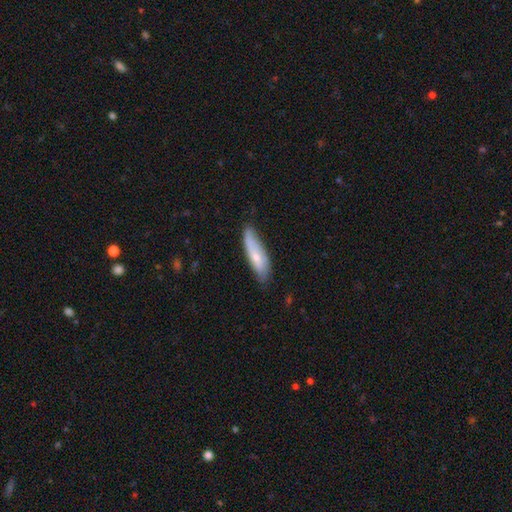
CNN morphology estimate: The model was most divided on "smooth or featured": smooth: 55%, featured or disk: 38%, star or artifact: 7%. More confident: merging — none (66%); how rounded — cigar-shaped (61%).